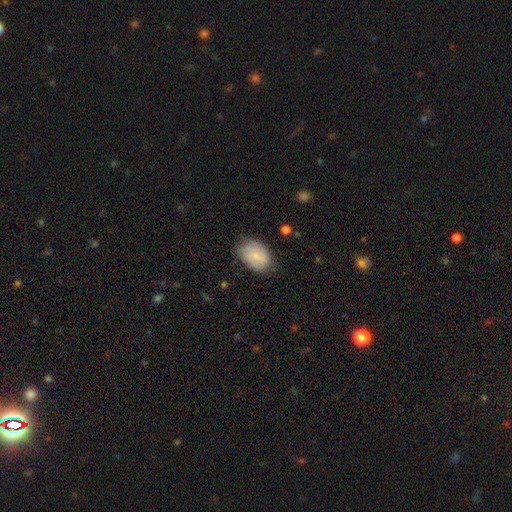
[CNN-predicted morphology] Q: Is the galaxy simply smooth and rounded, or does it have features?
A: smooth — 78%.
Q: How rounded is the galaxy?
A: in between — 85%.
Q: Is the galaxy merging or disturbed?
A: none — 72%.